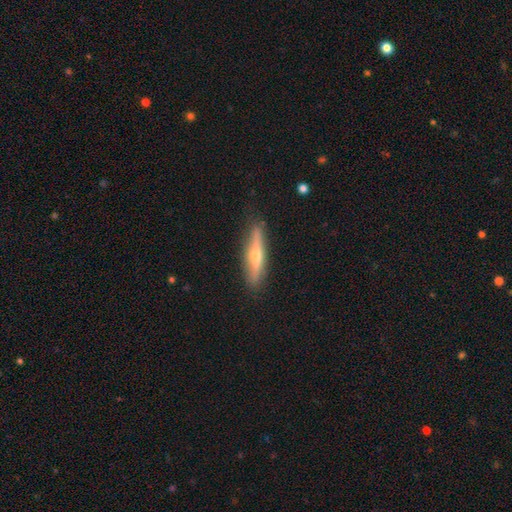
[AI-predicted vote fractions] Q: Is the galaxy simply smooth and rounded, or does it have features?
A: featured or disk — 61%.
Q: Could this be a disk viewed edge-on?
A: yes — 93%.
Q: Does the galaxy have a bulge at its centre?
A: rounded — 89%.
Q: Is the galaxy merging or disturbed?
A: none — 86%.